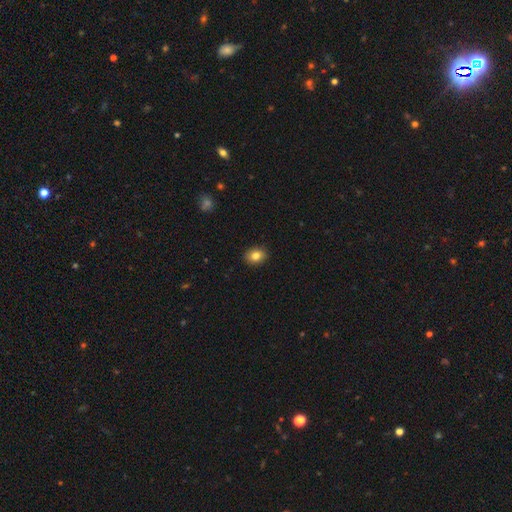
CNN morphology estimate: type=smooth (83%); roundness=round (50%); merging=none (90%).